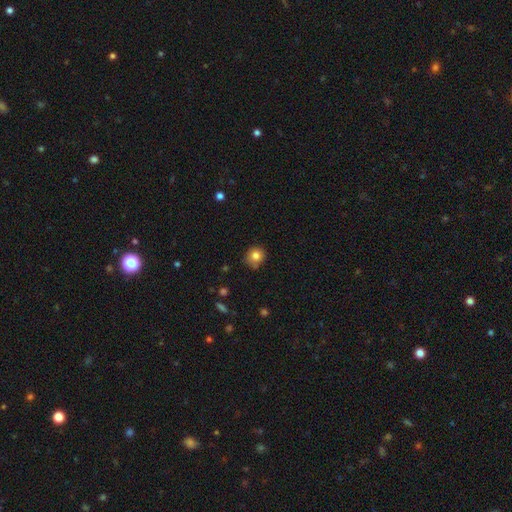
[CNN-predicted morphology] Smooth or featured? smooth (82%)
How rounded? round (84%)
Merging? none (71%)